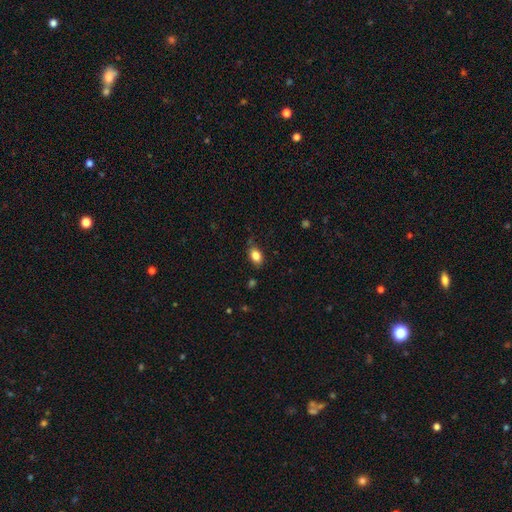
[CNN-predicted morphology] A smooth galaxy with no disk features (84%) that is in between round and cigar-shaped (85%). Merging: none (75%).